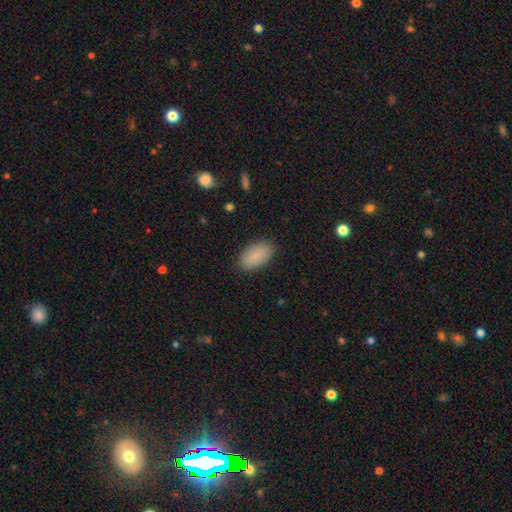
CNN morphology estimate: Smooth or featured? smooth (87%)
How rounded? in between (94%)
Merging? none (87%)